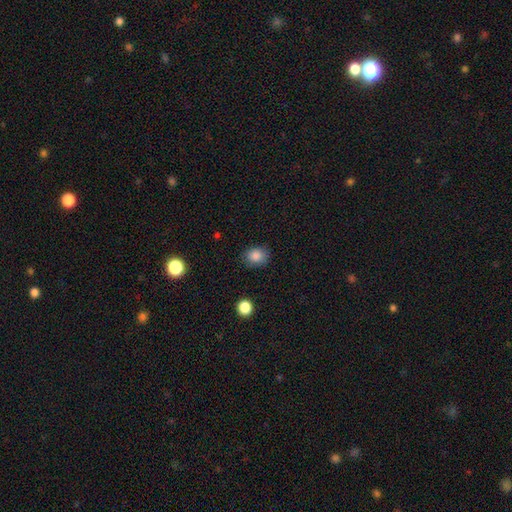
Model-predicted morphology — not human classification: Smooth or featured? Predicted: smooth (p=0.85). How rounded? Predicted: round (p=0.58). Merging? Predicted: none (p=0.82).